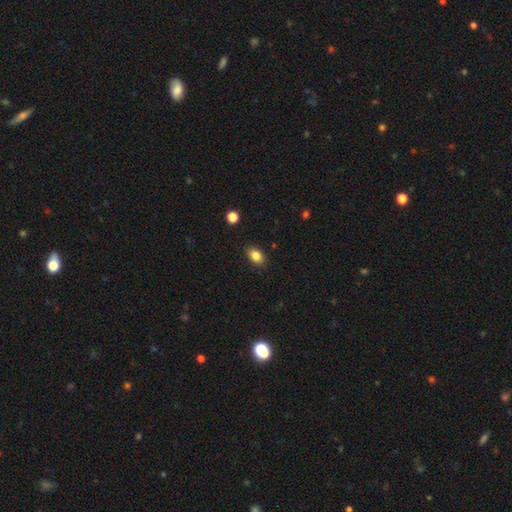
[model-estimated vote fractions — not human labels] smooth 85%, star or artifact 9%, featured or disk 6%. Down the decision tree: how rounded — in between (82%); merging — none (88%).